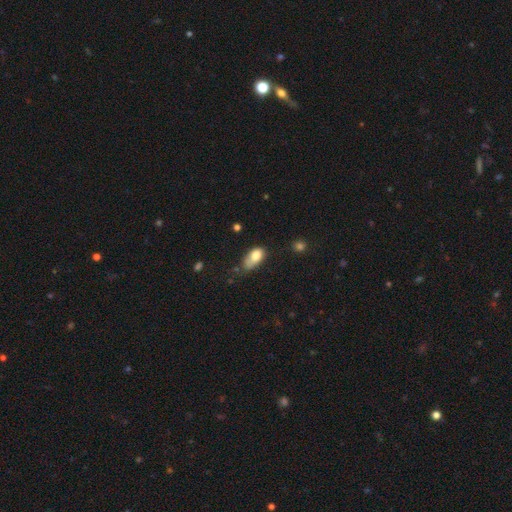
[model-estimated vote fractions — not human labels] smooth-or-featured: smooth: 78% | featured or disk: 14% | star or artifact: 8%
  how-rounded: in between: 89% | round: 7% | cigar-shaped: 4%
  merging: minor disturbance: 41% | none: 33% | major disturbance: 18% | merger: 8%